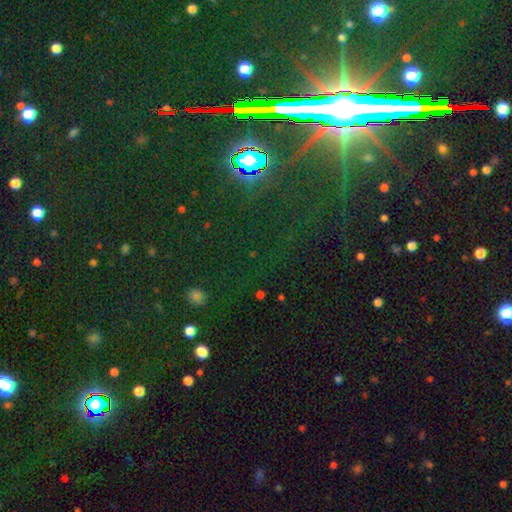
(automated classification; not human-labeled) A star or artifact, not a galaxy (80%).

Vote fractions:
- Smooth or featured? star or artifact: 80% / featured or disk: 11% / smooth: 9%